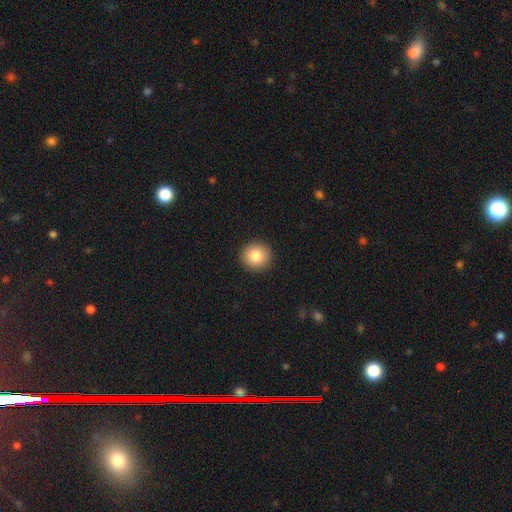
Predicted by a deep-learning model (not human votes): Q: Smooth or featured?
A: smooth (83%); runner-up: star or artifact (9%)
Q: How rounded?
A: round (91%); runner-up: in between (8%)
Q: Merging?
A: none (92%); runner-up: minor disturbance (5%)